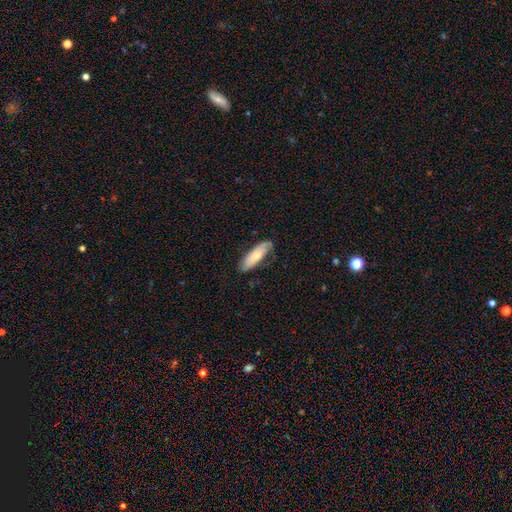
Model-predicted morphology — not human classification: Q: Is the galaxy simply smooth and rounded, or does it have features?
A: smooth — 56%.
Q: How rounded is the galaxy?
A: in between — 59%.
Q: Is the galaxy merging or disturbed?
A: none — 69%.